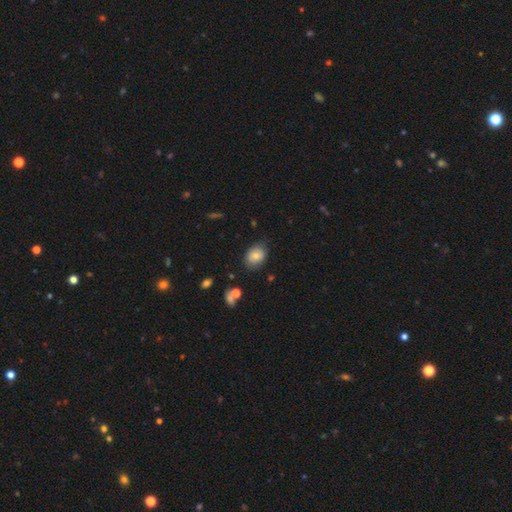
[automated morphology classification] The model was most divided on "how rounded": in between: 68%, round: 31%, cigar-shaped: 1%. More confident: merging — none (75%); smooth or featured — smooth (73%).